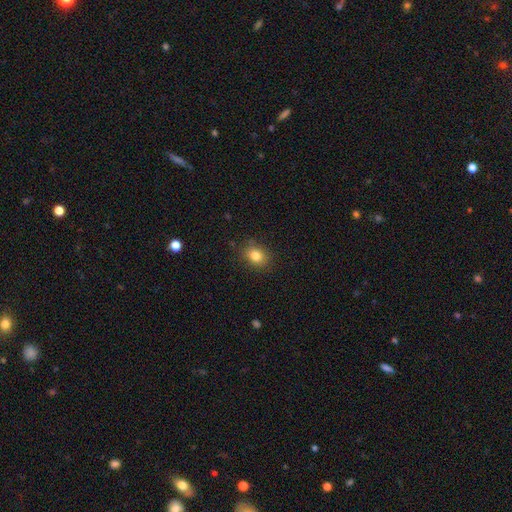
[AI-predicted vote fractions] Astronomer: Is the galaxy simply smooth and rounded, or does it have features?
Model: smooth — 81%.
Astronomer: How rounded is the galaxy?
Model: round — 51% (runner-up: in between, 48%).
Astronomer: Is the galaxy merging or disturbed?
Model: none — 87%.